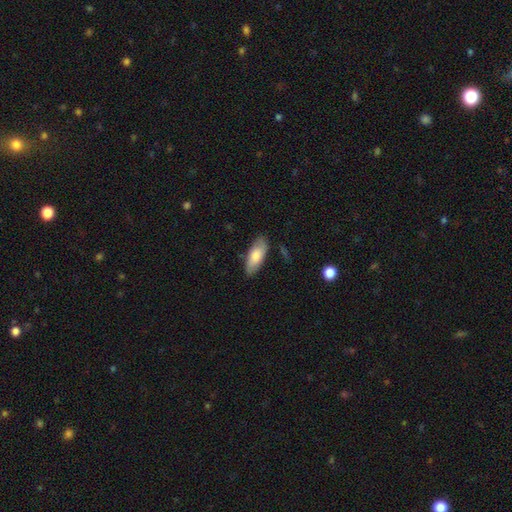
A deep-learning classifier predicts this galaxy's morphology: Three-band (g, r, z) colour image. It shows a smooth galaxy with no disk features (76%) that is in between round and cigar-shaped (80%). Merging: none (82%).